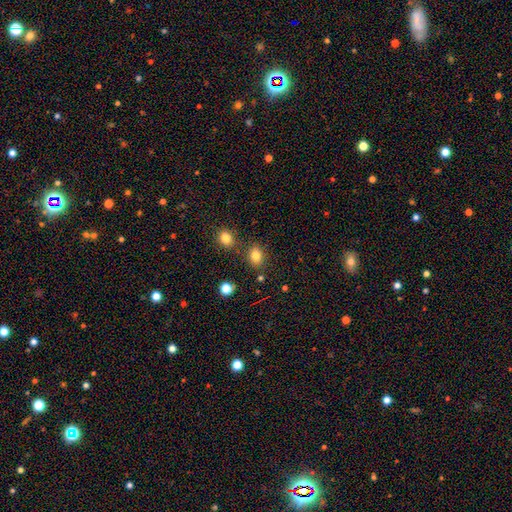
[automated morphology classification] This is clearly a smooth galaxy (81%). How rounded: possibly in between (59%). Merging: likely none (79%).